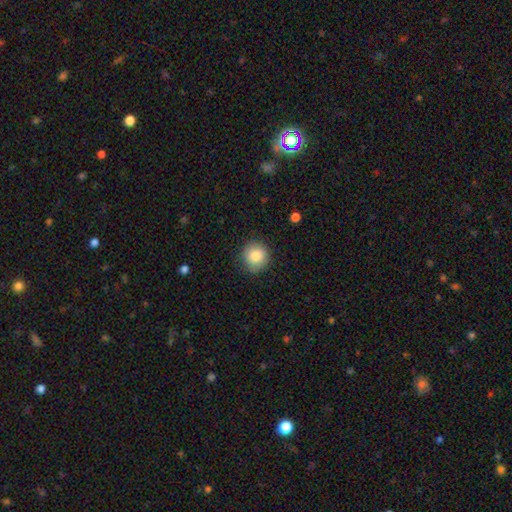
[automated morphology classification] smooth 85%, star or artifact 8%, featured or disk 7%. Down the decision tree: how rounded — round (91%); merging — none (87%).